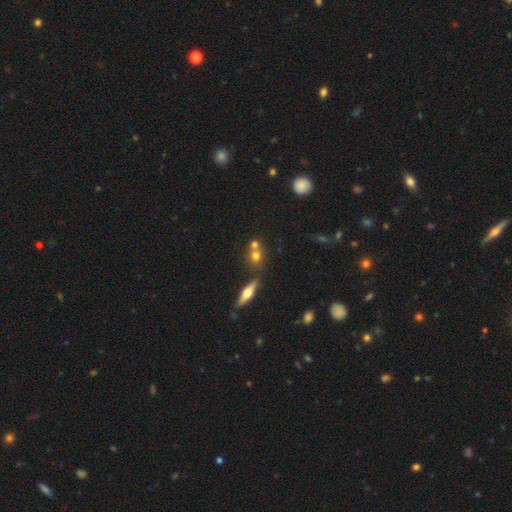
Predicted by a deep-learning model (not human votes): Overall: smooth (66%). How rounded: round (71%). Merging: merger (45%; none 44%).